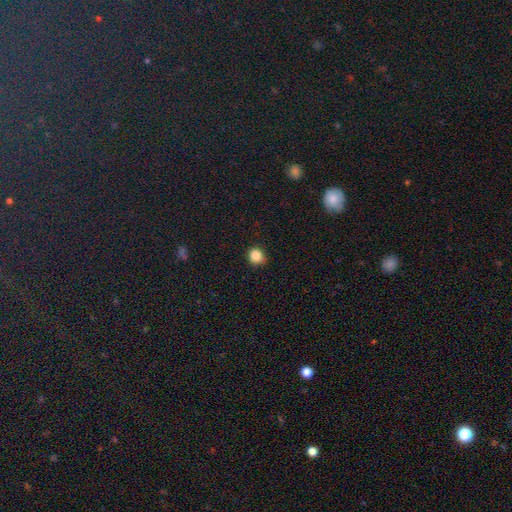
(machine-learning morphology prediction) Overall: smooth (85%). How rounded: round (84%). Merging: none (86%).